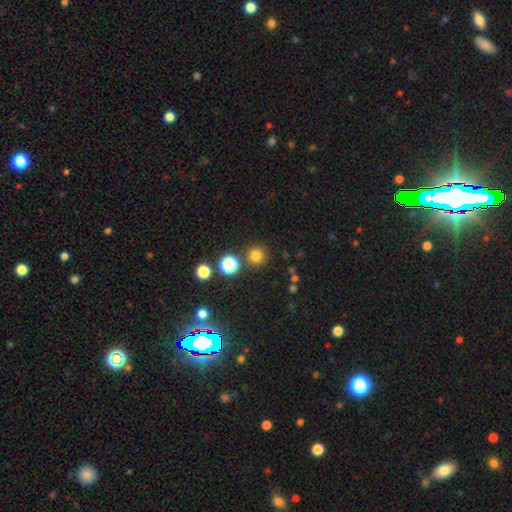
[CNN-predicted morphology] Smooth or featured? smooth (77%)
How rounded? round (94%)
Merging? none (86%)